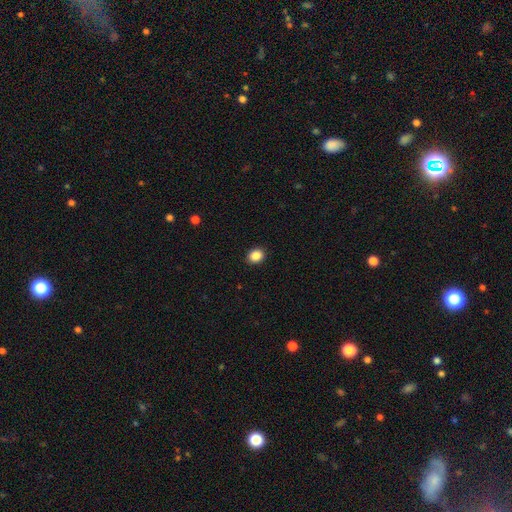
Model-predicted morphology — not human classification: A smooth galaxy with no disk features (88%) that is round (56%).

Vote fractions:
- Smooth or featured? smooth: 88% / star or artifact: 9% / featured or disk: 3%
- How rounded? round: 56% / in between: 43% / cigar-shaped: 1%
- Merging? none: 91% / minor disturbance: 6% / major disturbance: 2% / merger: 1%